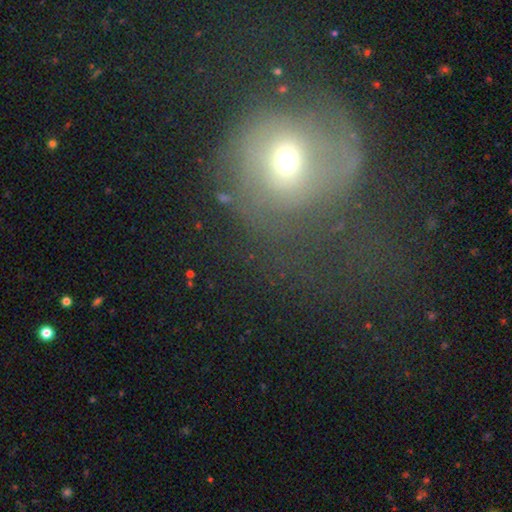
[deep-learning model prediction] A smooth galaxy with no disk features (41%).

Vote fractions:
- Smooth or featured? smooth: 41% / featured or disk: 39% / star or artifact: 19%
- Merging? none: 40% / major disturbance: 36% / minor disturbance: 18% / merger: 6%